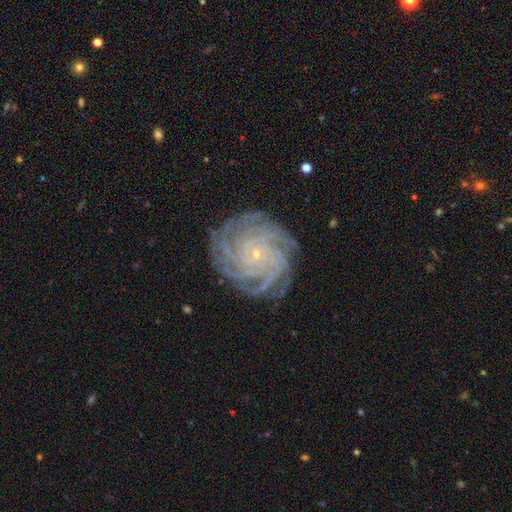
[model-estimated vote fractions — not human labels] This appears to be a featured or disk galaxy (85%) with no bar (78%), more than 4 (31%) tight (81%) spiral arms (98%) and a small central bulge (87%). Merging: none (85%).